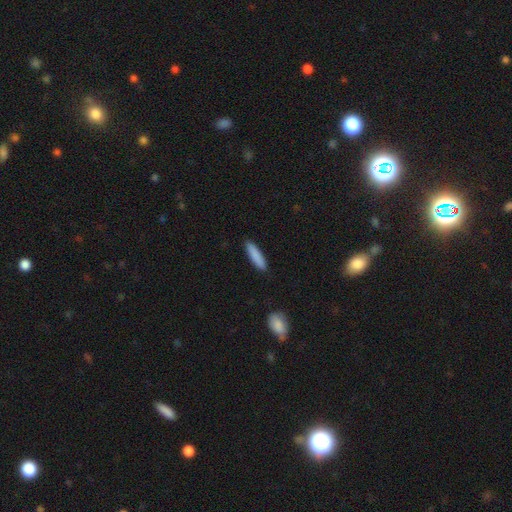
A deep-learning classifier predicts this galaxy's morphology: A smooth galaxy with no disk features (87%) that is cigar-shaped (78%).

Vote fractions:
- Smooth or featured? smooth: 87% / featured or disk: 7% / star or artifact: 6%
- How rounded? cigar-shaped: 78% / in between: 21% / round: 1%
- Merging? none: 90% / minor disturbance: 8% / major disturbance: 2% / merger: 1%